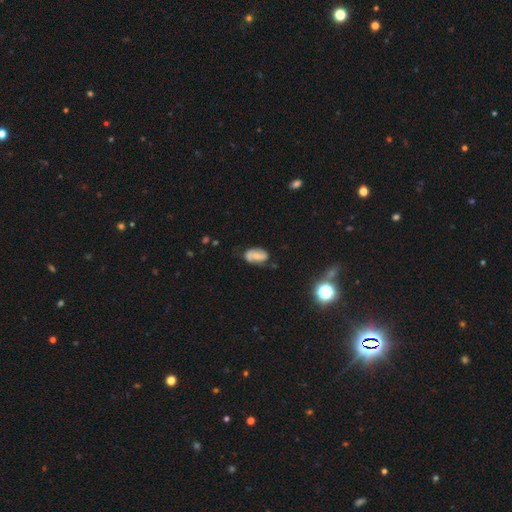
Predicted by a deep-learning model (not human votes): Overall: featured or disk (52%; smooth 38%). Edge-on disk: no (95%). Merging: none (60%; minor disturbance 25%).